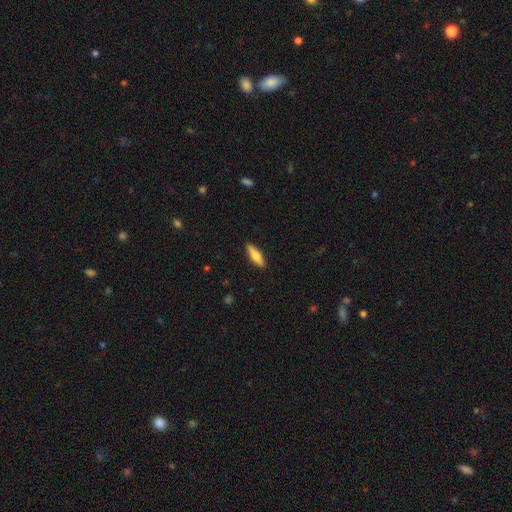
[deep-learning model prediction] A smooth galaxy with no disk features (56%) that is cigar-shaped (60%).

Vote fractions:
- Smooth or featured? smooth: 56% / featured or disk: 38% / star or artifact: 6%
- How rounded? cigar-shaped: 60% / in between: 38% / round: 2%
- Merging? none: 89% / minor disturbance: 8% / major disturbance: 2% / merger: 1%